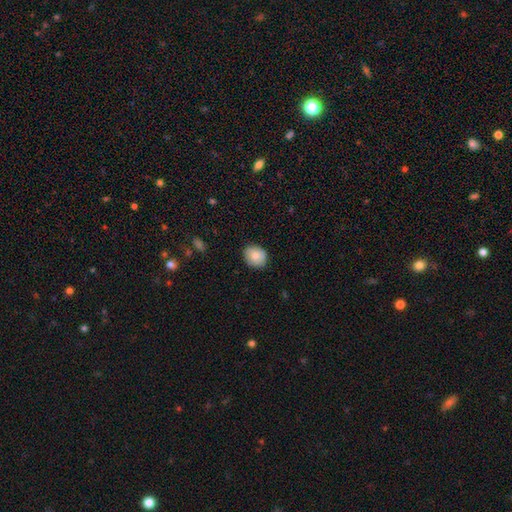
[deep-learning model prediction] Smooth or featured: smooth — 80% (featured or disk — 13%)
How rounded: round — 68% (in between — 31%)
Merging: none — 86% (minor disturbance — 11%)